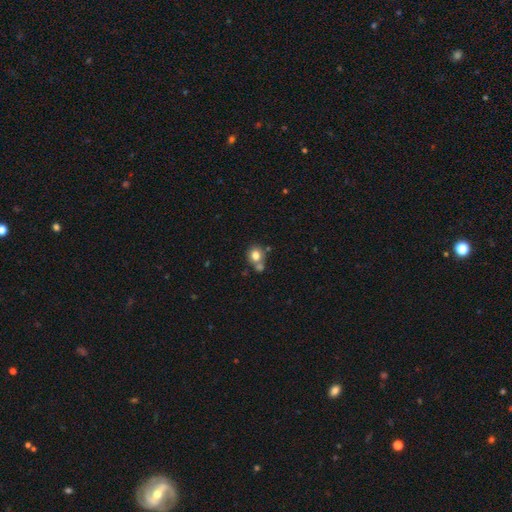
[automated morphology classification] A smooth galaxy with no disk features (78%) that is round (80%).

Vote fractions:
- Smooth or featured? smooth: 78% / star or artifact: 11% / featured or disk: 11%
- How rounded? round: 80% / in between: 19% / cigar-shaped: 1%
- Merging? none: 54% / merger: 31% / minor disturbance: 11% / major disturbance: 4%